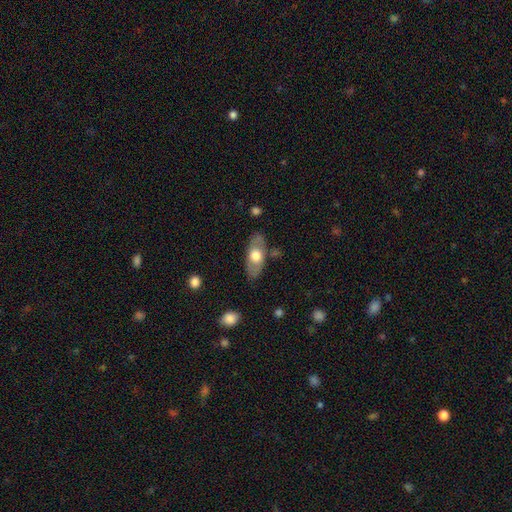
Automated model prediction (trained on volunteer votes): Smooth or featured: smooth — 53% (featured or disk — 41%)
How rounded: in between — 83% (cigar-shaped — 12%)
Merging: none — 80% (minor disturbance — 14%)